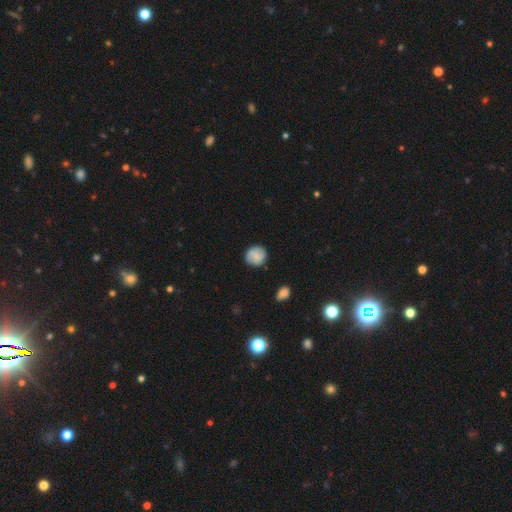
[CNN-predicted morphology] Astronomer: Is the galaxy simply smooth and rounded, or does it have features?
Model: smooth — 60%.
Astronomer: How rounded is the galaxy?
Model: round — 83%.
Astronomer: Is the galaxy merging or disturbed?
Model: none — 80%.